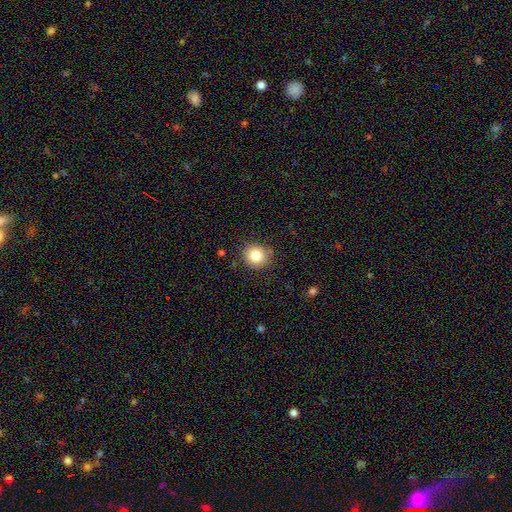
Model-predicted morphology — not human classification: This is clearly a smooth galaxy (82%). How rounded: clearly round (86%). Merging: clearly none (86%).